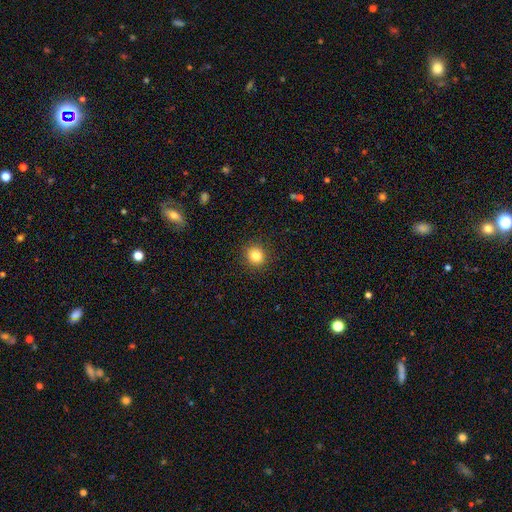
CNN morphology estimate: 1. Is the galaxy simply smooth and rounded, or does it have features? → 83% smooth, 11% star or artifact, 5% featured or disk.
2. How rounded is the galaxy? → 90% round, 9% in between, 1% cigar-shaped.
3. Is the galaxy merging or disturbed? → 92% none, 5% minor disturbance, 2% major disturbance, 1% merger.